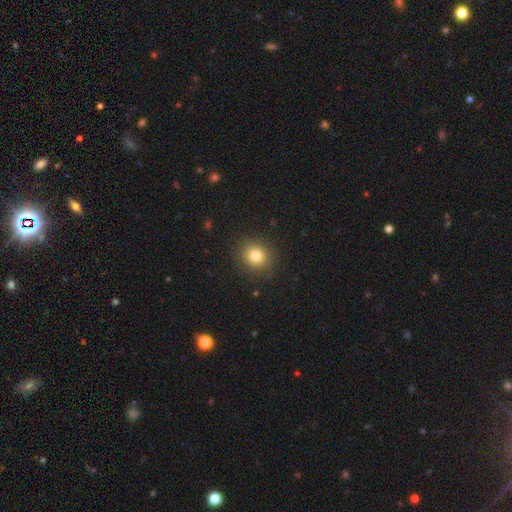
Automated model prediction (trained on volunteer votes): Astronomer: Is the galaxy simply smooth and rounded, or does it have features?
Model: smooth — 81%.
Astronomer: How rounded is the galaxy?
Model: round — 81%.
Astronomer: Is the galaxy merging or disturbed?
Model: none — 89%.